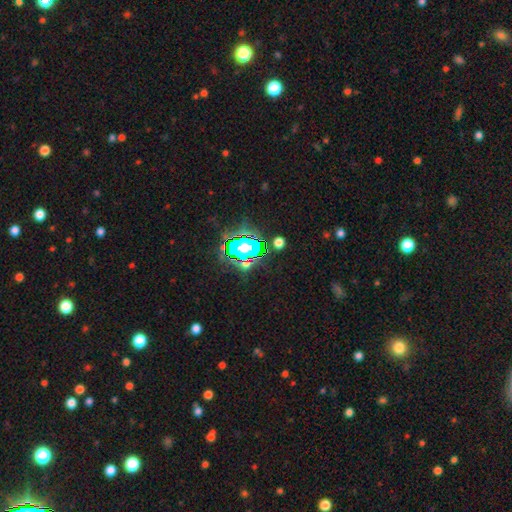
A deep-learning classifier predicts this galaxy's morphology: star or artifact 80%, smooth 12%, featured or disk 8%.